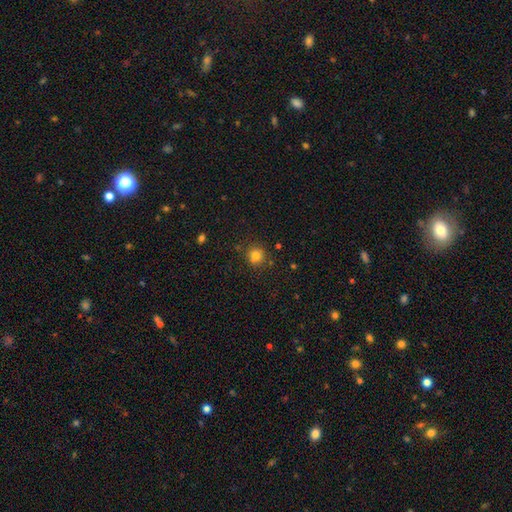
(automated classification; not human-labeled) Overall: smooth (80%). How rounded: round (89%). Merging: none (83%).